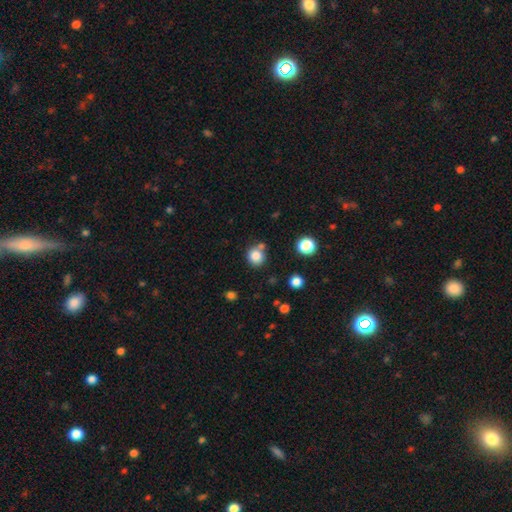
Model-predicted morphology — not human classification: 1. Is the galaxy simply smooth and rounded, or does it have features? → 83% smooth, 12% star or artifact, 5% featured or disk.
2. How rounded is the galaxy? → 86% round, 13% in between, 1% cigar-shaped.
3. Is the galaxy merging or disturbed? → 68% none, 18% merger, 11% minor disturbance, 4% major disturbance.